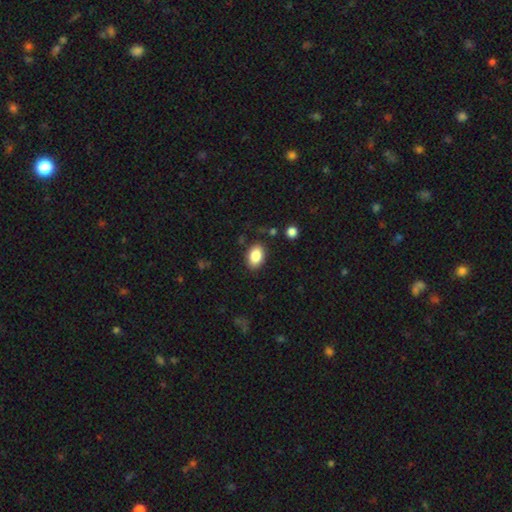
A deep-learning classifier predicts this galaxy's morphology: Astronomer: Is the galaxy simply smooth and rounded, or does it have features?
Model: smooth — 87%.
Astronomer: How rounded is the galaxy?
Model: in between — 88%.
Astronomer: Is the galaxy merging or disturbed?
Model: none — 85%.